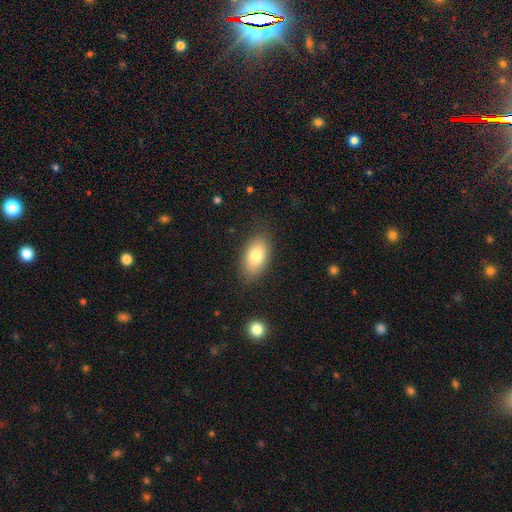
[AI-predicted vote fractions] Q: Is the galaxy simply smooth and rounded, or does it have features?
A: smooth — 79%.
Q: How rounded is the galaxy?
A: in between — 91%.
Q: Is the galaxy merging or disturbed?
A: none — 82%.